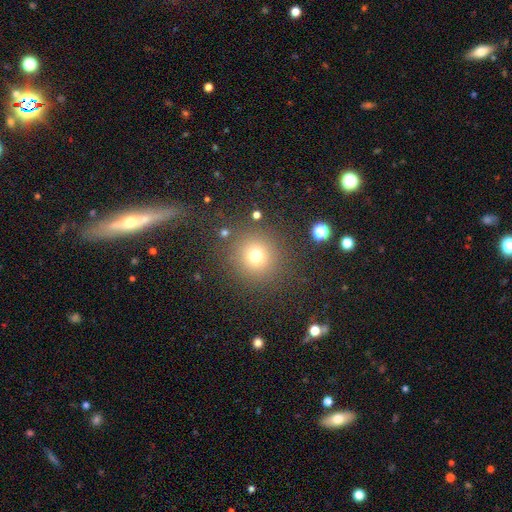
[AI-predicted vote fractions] This appears to be a smooth galaxy with no disk features (72%) that is round (94%). Merging: none (85%).